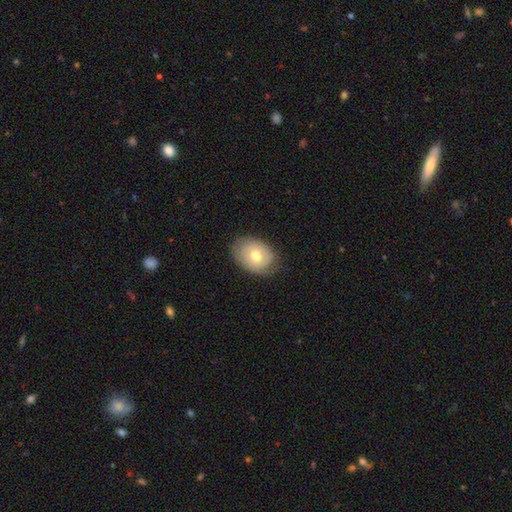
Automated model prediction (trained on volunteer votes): A smooth galaxy with no disk features (63%) that is in between round and cigar-shaped (72%). Merging: none (77%).